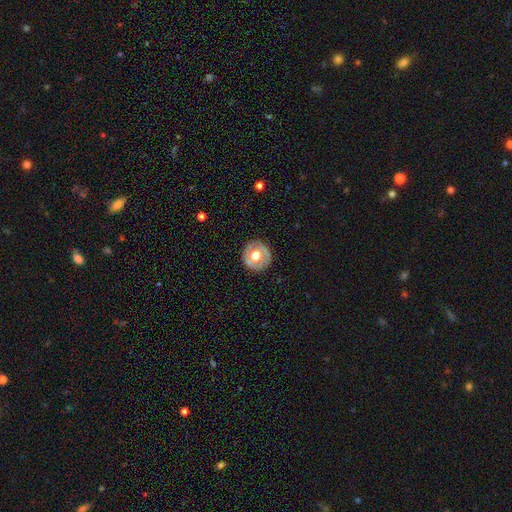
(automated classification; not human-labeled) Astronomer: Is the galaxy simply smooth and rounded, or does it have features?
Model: featured or disk — 52% (runner-up: smooth, 42%).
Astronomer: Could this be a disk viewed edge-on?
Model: no — 95%.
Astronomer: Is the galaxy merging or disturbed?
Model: none — 86%.